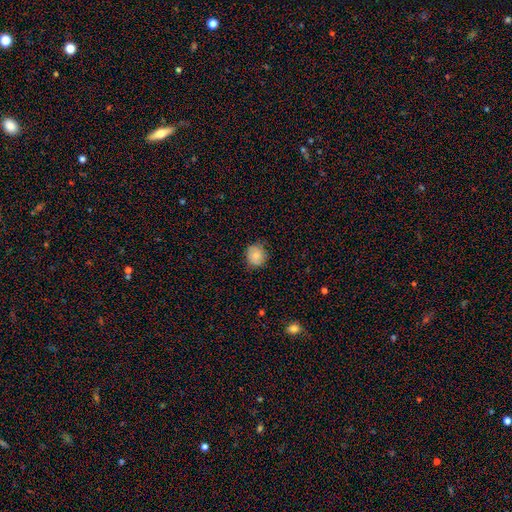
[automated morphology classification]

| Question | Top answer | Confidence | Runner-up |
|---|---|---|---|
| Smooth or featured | smooth | 79% | featured or disk (12%) |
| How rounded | round | 83% | in between (16%) |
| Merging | none | 76% | minor disturbance (19%) |